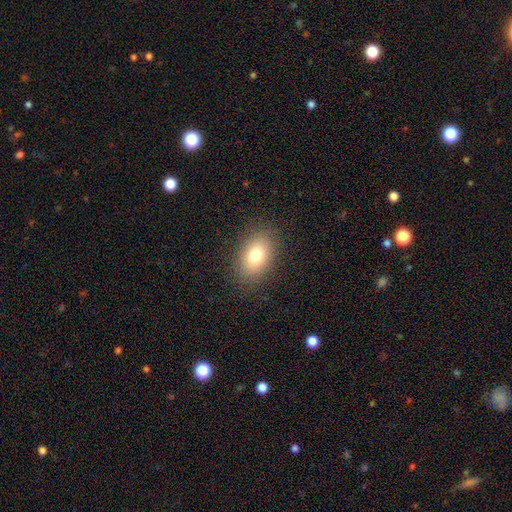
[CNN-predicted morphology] type=smooth (78%); roundness=in between (84%); merging=none (87%).